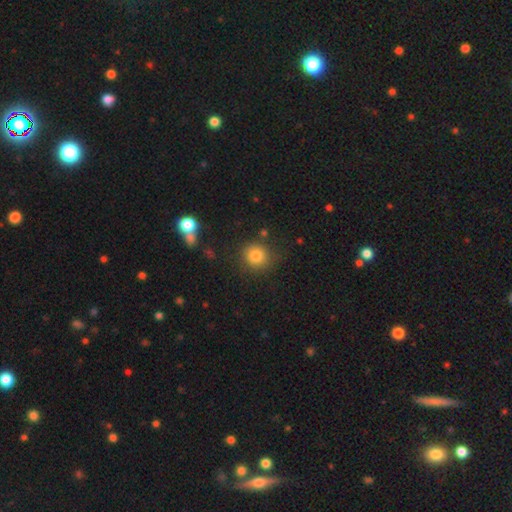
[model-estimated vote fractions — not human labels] smooth 82%, star or artifact 11%, featured or disk 7%. Down the decision tree: how rounded — round (88%); merging — none (81%).